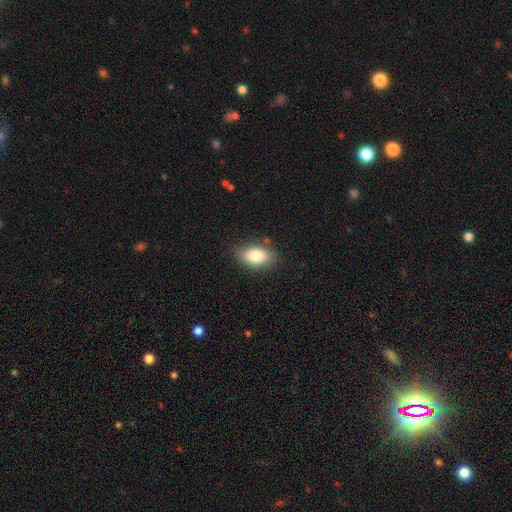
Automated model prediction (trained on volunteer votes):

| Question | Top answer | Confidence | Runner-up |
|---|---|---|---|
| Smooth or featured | smooth | 81% | featured or disk (11%) |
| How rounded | in between | 89% | round (9%) |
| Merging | none | 82% | minor disturbance (13%) |